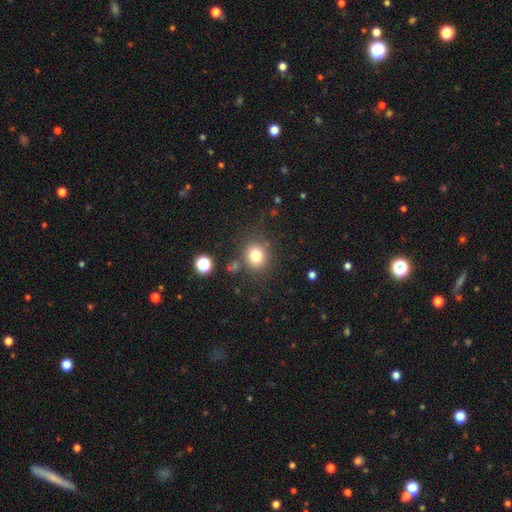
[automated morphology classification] This appears to be a smooth galaxy with no disk features (79%) that is round (78%). Merging: none (79%).